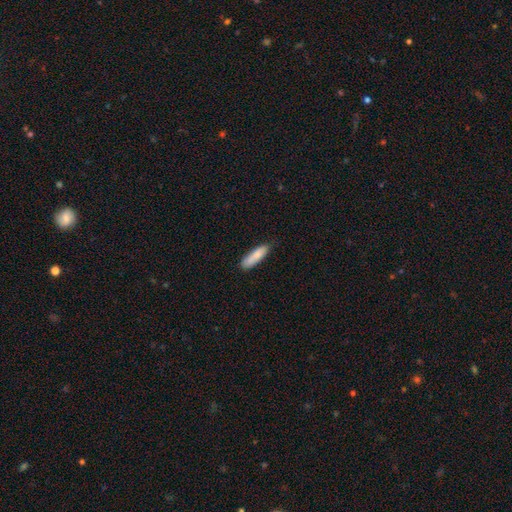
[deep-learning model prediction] Morphology: type=smooth (85%); roundness=cigar-shaped (63%); merging=none (77%).